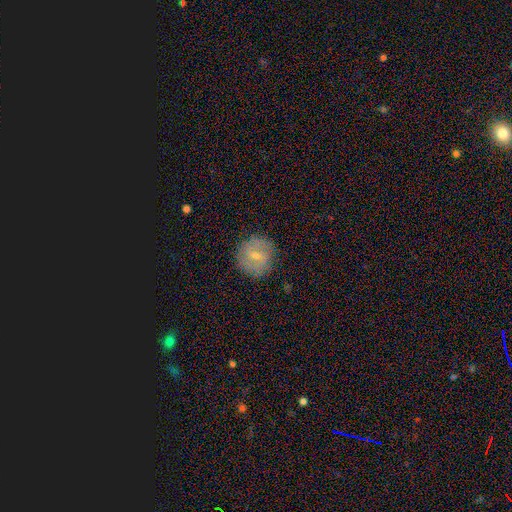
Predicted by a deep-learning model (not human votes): The model was most divided on "smooth or featured": smooth: 51%, featured or disk: 41%, star or artifact: 9%. More confident: how rounded — round (88%); merging — none (82%).